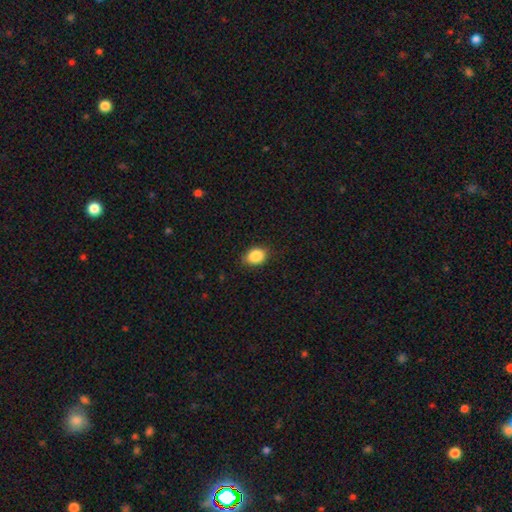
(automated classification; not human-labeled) Overall: smooth (88%). How rounded: in between (68%; round 31%). Merging: none (81%).